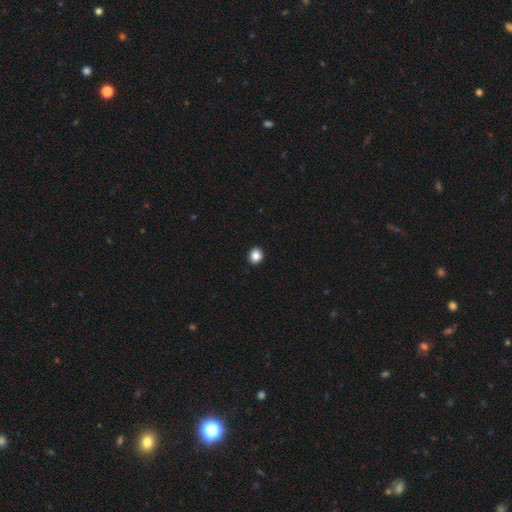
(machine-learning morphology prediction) Smooth or featured? Predicted: smooth (p=0.85). How rounded? Predicted: round (p=0.76). Merging? Predicted: none (p=0.93).